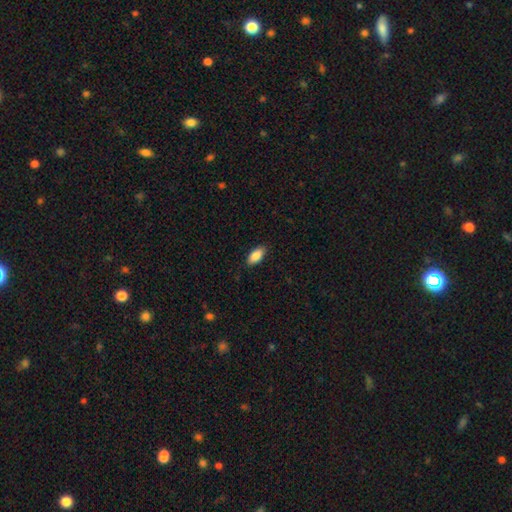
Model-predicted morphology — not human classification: This is clearly a smooth galaxy (88%). How rounded: clearly in between (91%). Merging: clearly none (88%).